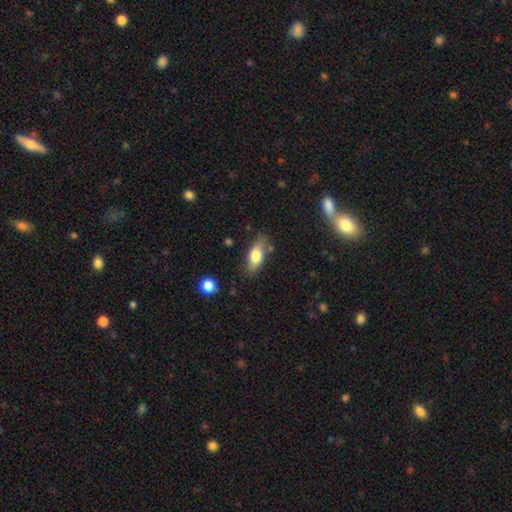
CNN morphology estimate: This appears to be a smooth galaxy with no disk features (73%) that is in between round and cigar-shaped (78%). Merging: none (77%).